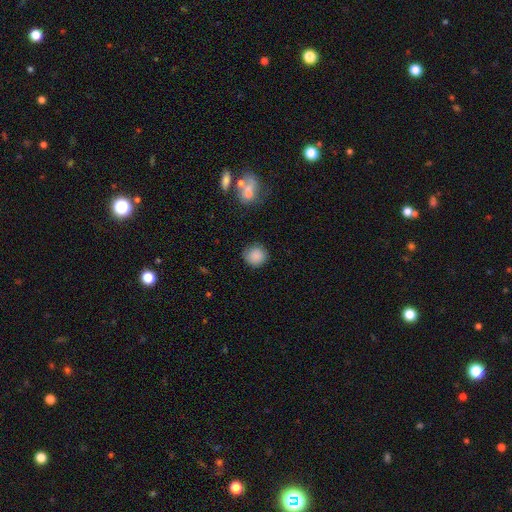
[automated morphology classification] Smooth or featured: smooth — 87% (star or artifact — 9%)
How rounded: round — 90% (in between — 9%)
Merging: none — 84% (minor disturbance — 11%)